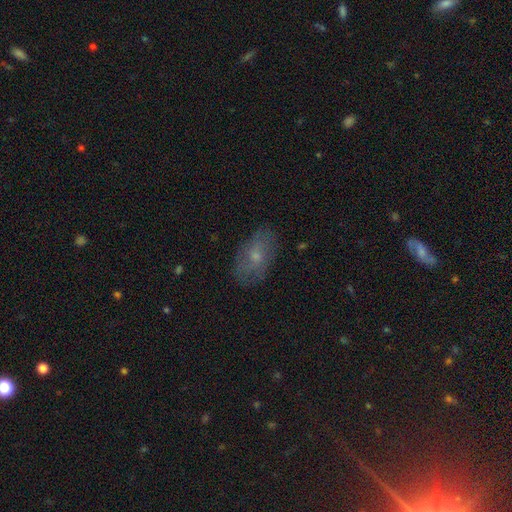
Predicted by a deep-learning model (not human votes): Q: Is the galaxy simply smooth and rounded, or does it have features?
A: smooth — 53%.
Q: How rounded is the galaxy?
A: in between — 90%.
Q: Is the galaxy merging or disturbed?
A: none — 76%.